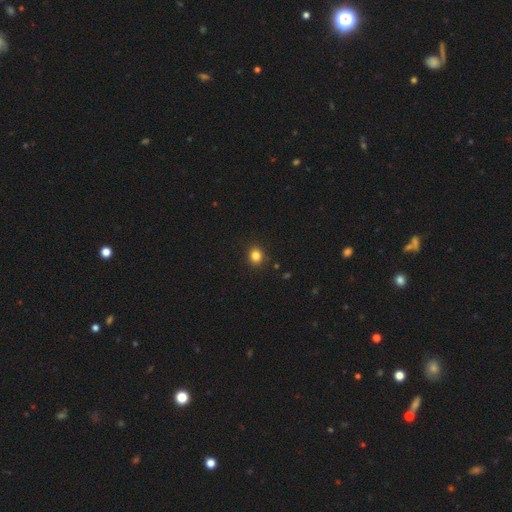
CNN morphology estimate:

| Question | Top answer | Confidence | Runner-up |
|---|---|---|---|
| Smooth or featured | smooth | 84% | star or artifact (12%) |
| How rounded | round | 71% | in between (28%) |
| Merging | none | 90% | minor disturbance (7%) |